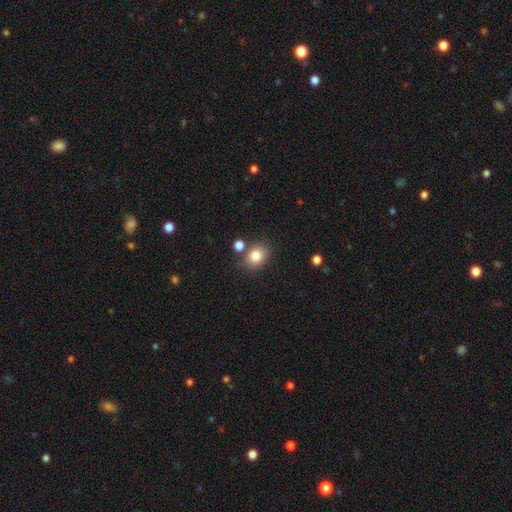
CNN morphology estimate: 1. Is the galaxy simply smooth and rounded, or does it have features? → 82% smooth, 10% star or artifact, 8% featured or disk.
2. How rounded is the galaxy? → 55% round, 44% in between, 1% cigar-shaped.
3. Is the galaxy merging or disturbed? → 72% none, 12% merger, 12% minor disturbance, 3% major disturbance.